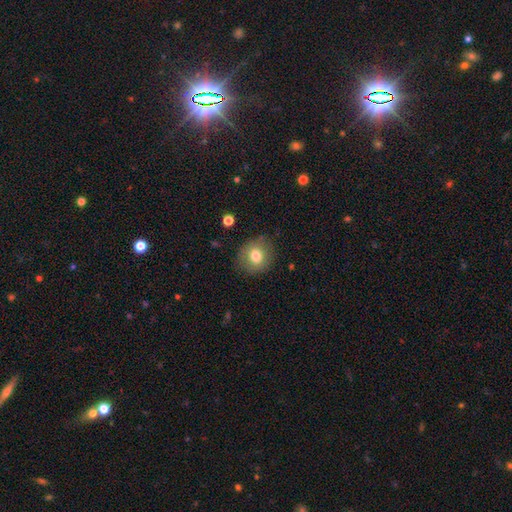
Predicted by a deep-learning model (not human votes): Smooth or featured? Predicted: smooth (p=0.77). How rounded? Predicted: round (p=0.81). Merging? Predicted: none (p=0.81).